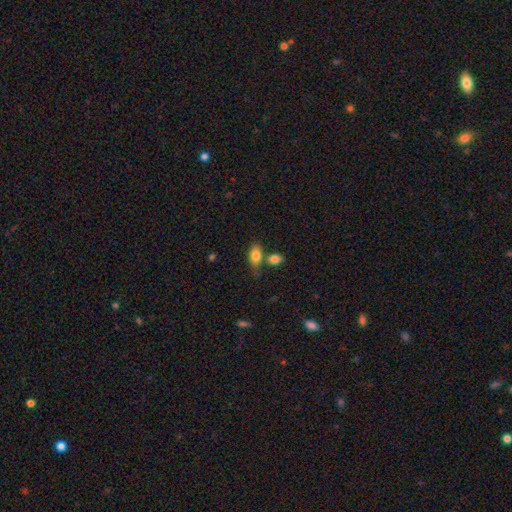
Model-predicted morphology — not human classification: smooth_or_featured: smooth (p=0.82) [alt: featured or disk p=0.11]
how_rounded: in between (p=0.87) [alt: round p=0.09]
merging: none (p=0.60) [alt: merger p=0.22]